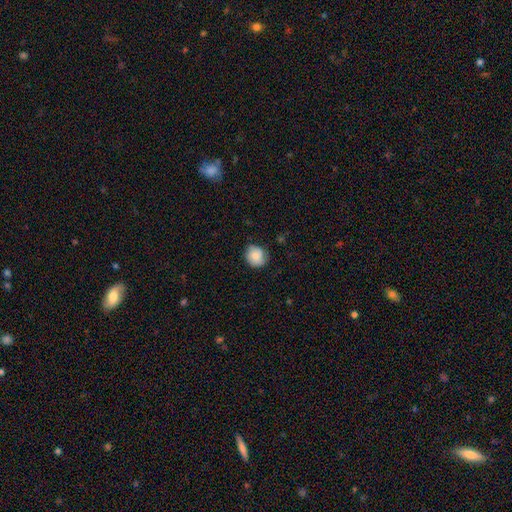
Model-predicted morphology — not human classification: The model was most divided on "merging": none: 74%, minor disturbance: 21%, major disturbance: 4%, merger: 1%. More confident: smooth or featured — smooth (82%); how rounded — round (82%).